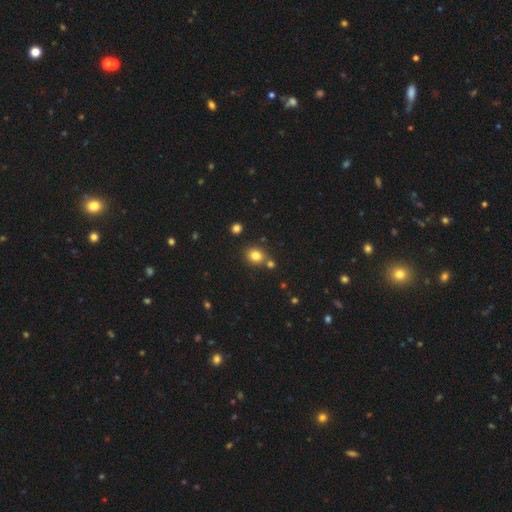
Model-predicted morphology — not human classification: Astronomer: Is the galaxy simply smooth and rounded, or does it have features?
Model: smooth — 80%.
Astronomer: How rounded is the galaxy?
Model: round — 70%.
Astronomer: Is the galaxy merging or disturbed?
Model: none — 72%.